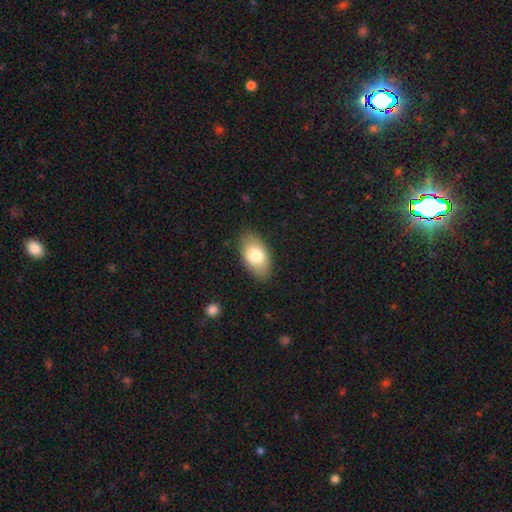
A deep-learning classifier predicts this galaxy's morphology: A smooth galaxy with no disk features (77%) that is in between round and cigar-shaped (93%). Merging: none (85%).